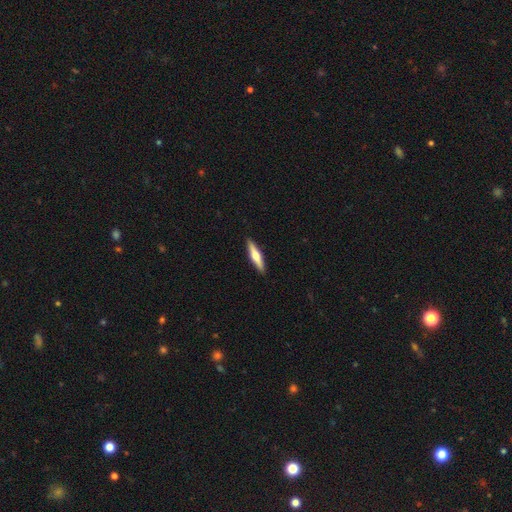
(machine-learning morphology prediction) smooth-or-featured: featured or disk: 53% | smooth: 42% | star or artifact: 5%
  disk-edge-on: yes: 96% | no: 4%
    edge-on-bulge: rounded: 91% | none: 4% | boxy: 4%
  merging: none: 91% | minor disturbance: 6% | major disturbance: 1% | merger: 1%